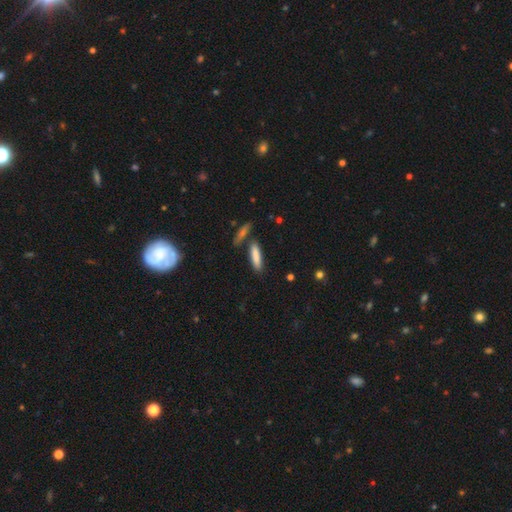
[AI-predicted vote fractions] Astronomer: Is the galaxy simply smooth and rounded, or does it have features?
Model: smooth — 81%.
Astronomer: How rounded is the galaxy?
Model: cigar-shaped — 76%.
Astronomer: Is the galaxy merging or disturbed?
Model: none — 74%.